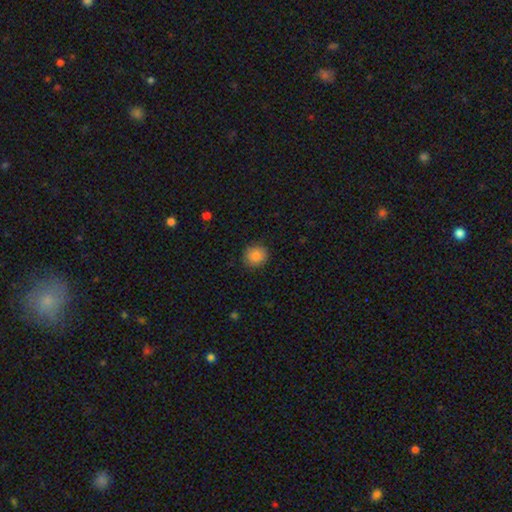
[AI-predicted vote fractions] Smooth or featured: smooth — 85% (star or artifact — 9%)
How rounded: round — 88% (in between — 11%)
Merging: none — 88% (minor disturbance — 8%)